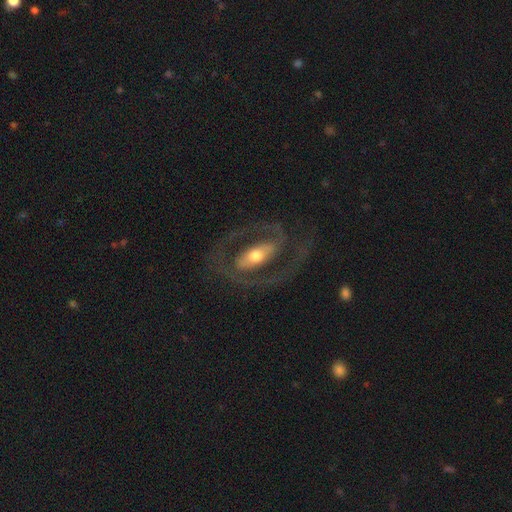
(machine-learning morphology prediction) Smooth or featured?
  - featured or disk: 82% *
  - smooth: 13%
  - star or artifact: 4%
Edge-on disk?
  - no: 92% *
  - yes: 8%
Bar?
  - strong: 53% *
  - weak: 25%
  - no: 22%
Spiral arms?
  - yes: 69% *
  - no: 31%
Spiral winding?
  - medium: 48% *
  - tight: 34%
  - loose: 18%
Spiral arm count?
  - 2: 84% *
  - can't tell: 8%
  - 1: 5%
  - 3: 1%
  - 4: 1%
  - more than 4: 1%
Bulge size?
  - moderate: 67% *
  - small: 19%
  - large: 11%
  - dominant: 1%
  - none: 1%
Merging?
  - none: 72% *
  - major disturbance: 14%
  - minor disturbance: 12%
  - merger: 1%